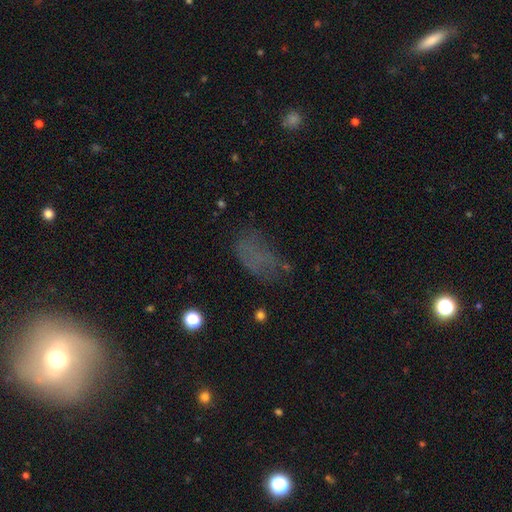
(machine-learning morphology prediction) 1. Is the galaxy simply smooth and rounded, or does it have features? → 48% smooth, 30% star or artifact, 22% featured or disk.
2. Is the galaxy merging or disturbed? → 47% none, 25% major disturbance, 24% minor disturbance, 4% merger.